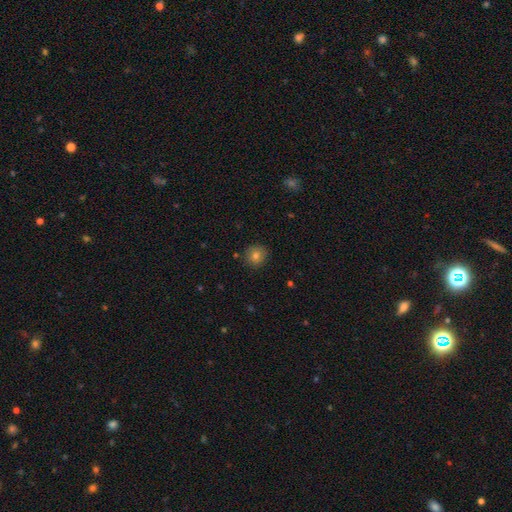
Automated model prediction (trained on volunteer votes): Morphology: type=smooth (80%); roundness=round (90%); merging=none (88%).